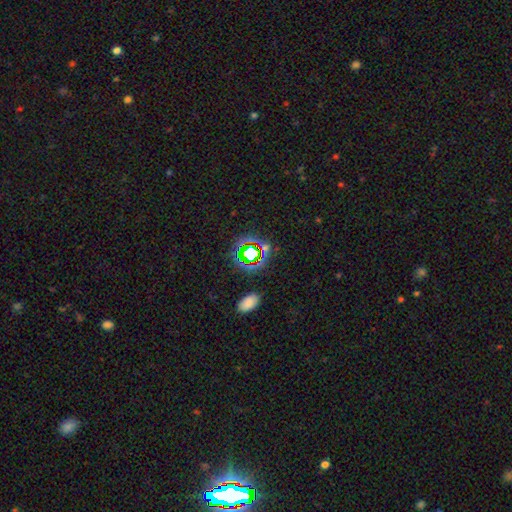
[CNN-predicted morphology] This appears to be a star or artifact, not a galaxy (63%).